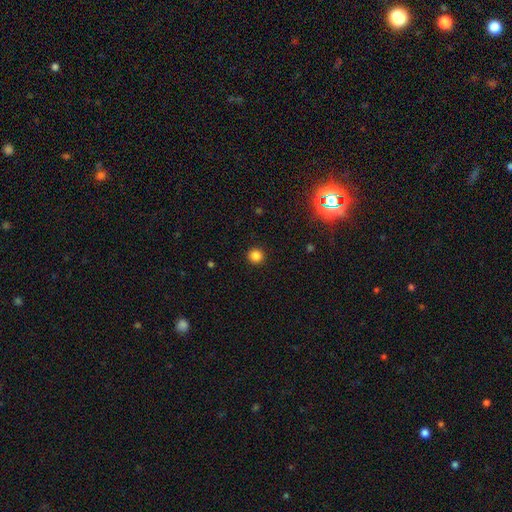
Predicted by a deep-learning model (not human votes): The model was most divided on "smooth or featured": smooth: 84%, star or artifact: 13%, featured or disk: 4%. More confident: how rounded — round (95%); merging — none (93%).